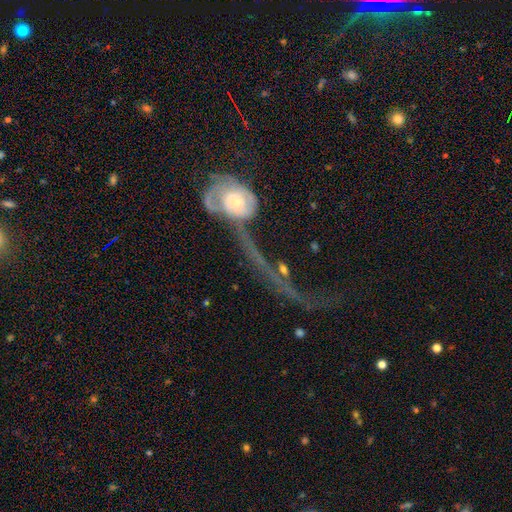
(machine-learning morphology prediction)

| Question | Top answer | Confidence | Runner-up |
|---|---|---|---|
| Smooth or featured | featured or disk | 60% | smooth (26%) |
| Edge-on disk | no | 87% | yes (13%) |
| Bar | no | 76% | weak (16%) |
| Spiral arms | yes | 57% | no (43%) |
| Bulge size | moderate | 52% | small (26%) |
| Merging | major disturbance | 51% | merger (22%) |